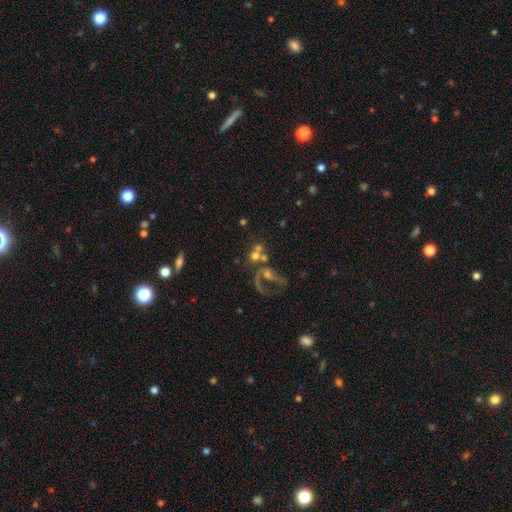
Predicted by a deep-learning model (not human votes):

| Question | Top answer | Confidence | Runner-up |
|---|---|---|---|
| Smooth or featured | featured or disk | 43% | smooth (40%) |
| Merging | merger | 49% | none (25%) |